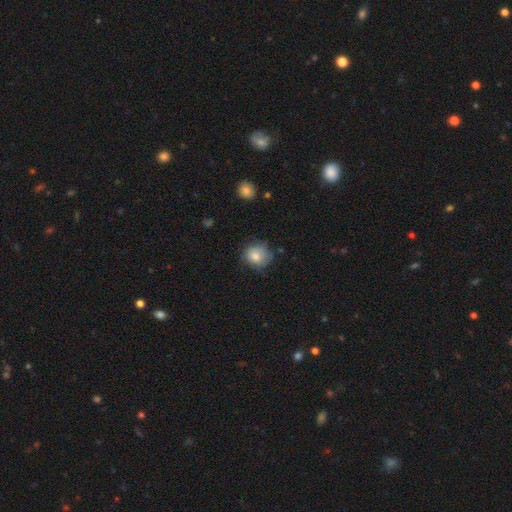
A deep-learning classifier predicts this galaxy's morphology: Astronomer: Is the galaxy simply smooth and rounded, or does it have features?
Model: smooth — 79%.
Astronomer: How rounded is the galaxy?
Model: round — 78%.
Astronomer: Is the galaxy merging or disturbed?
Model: none — 63%.